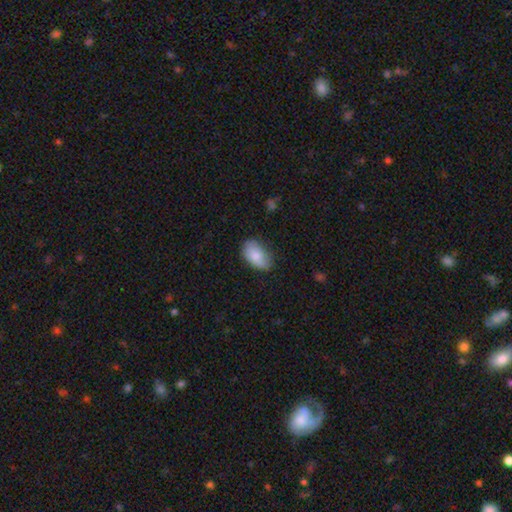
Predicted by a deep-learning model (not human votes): A smooth galaxy with no disk features (83%) that is in between round and cigar-shaped (93%). Merging: none (71%).